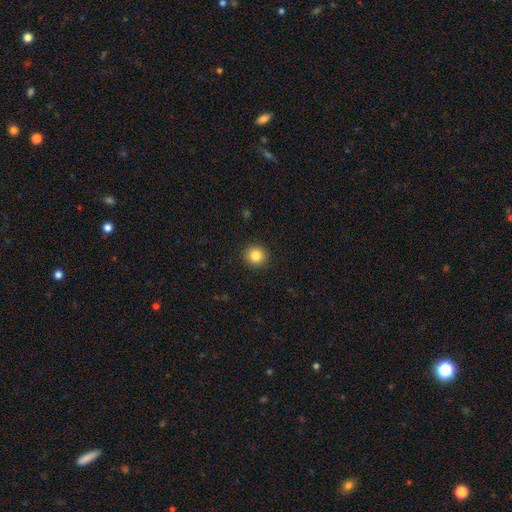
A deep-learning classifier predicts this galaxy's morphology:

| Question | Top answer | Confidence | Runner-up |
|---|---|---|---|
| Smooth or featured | smooth | 84% | star or artifact (10%) |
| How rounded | round | 94% | in between (5%) |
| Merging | none | 93% | minor disturbance (5%) |